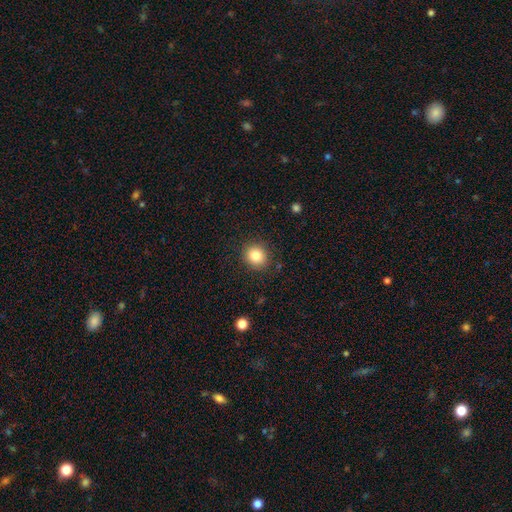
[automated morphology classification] Overall: smooth (83%). How rounded: round (85%). Merging: none (89%).